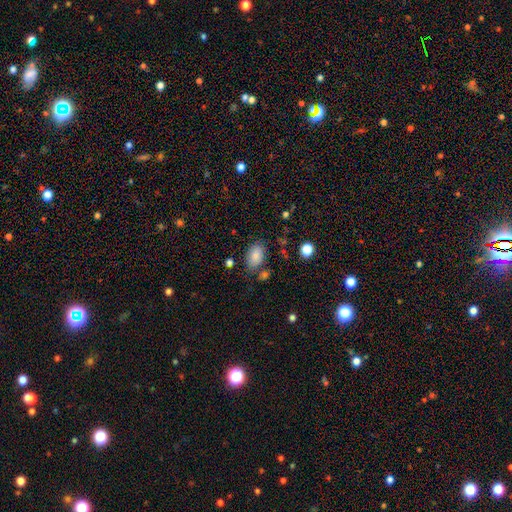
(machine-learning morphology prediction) smooth 83%, featured or disk 9%, star or artifact 8%. Down the decision tree: how rounded — in between (91%); merging — none (72%).